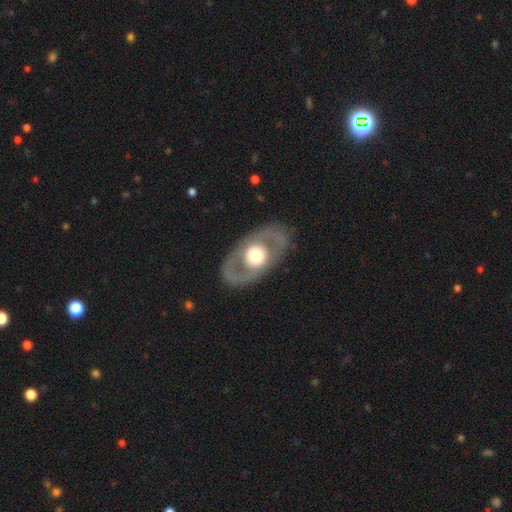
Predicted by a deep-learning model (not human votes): Overall: featured or disk (63%; smooth 32%). Edge-on disk: no (88%). Bar: no (84%). Spiral arms: no (79%). Bulge size: moderate (45%; large 44%). Merging: none (83%).